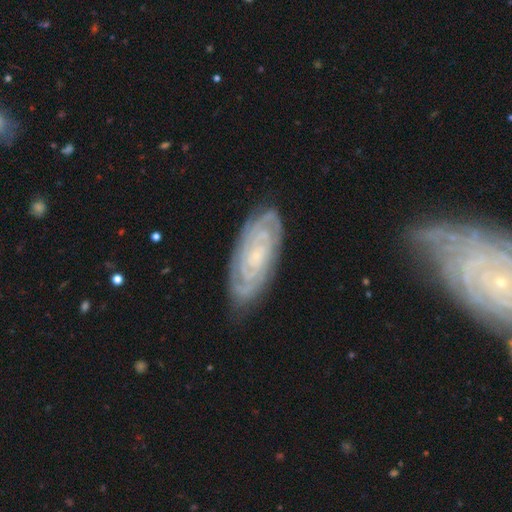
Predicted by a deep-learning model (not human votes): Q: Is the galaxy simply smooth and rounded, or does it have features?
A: featured or disk — 82%.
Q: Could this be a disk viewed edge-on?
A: no — 92%.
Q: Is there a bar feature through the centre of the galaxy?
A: no — 68%.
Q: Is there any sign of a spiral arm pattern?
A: yes — 96%.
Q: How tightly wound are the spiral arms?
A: tight — 79%.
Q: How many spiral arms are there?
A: can't tell — 36%.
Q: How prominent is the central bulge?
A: small — 70%.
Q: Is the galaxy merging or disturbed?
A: none — 80%.